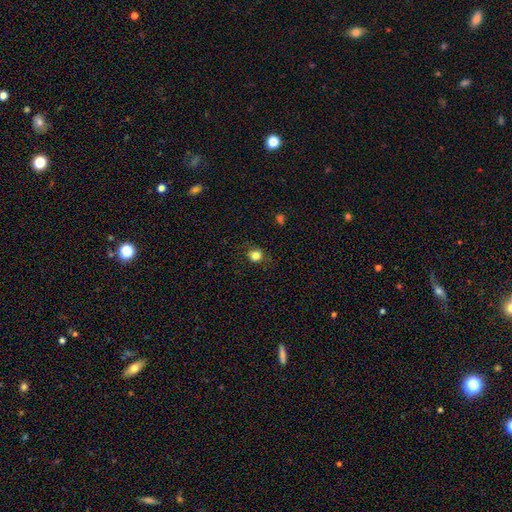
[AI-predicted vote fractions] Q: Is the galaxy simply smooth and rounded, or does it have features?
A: smooth — 82%.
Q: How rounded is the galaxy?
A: round — 84%.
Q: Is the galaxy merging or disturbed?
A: none — 82%.